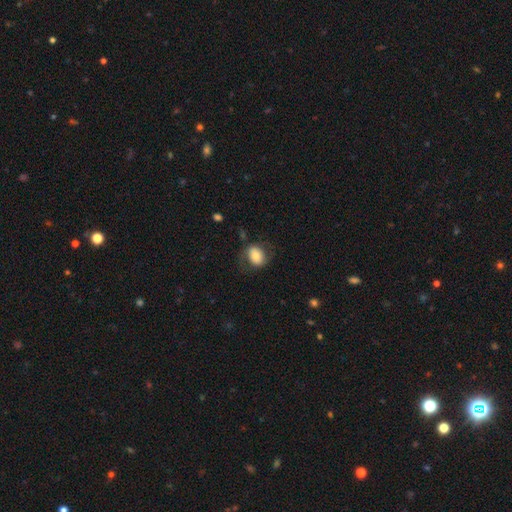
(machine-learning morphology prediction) Smooth or featured? Predicted: smooth (p=0.70). How rounded? Predicted: in between (p=0.58). Merging? Predicted: none (p=0.67).